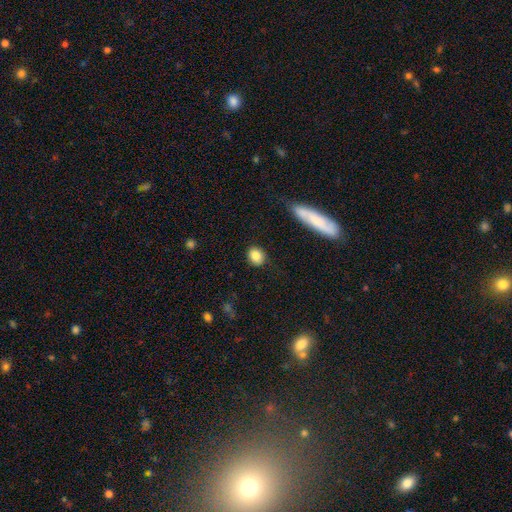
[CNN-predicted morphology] The model was most divided on "how rounded": round: 67%, in between: 31%, cigar-shaped: 2%. More confident: merging — none (87%); smooth or featured — smooth (84%).